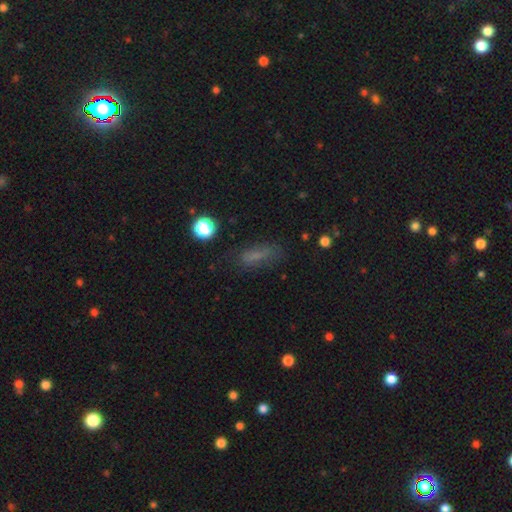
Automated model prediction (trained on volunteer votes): smooth-or-featured: smooth: 64% | star or artifact: 19% | featured or disk: 17%
  how-rounded: in between: 52% | cigar-shaped: 41% | round: 6%
  merging: none: 65% | minor disturbance: 21% | major disturbance: 11% | merger: 3%